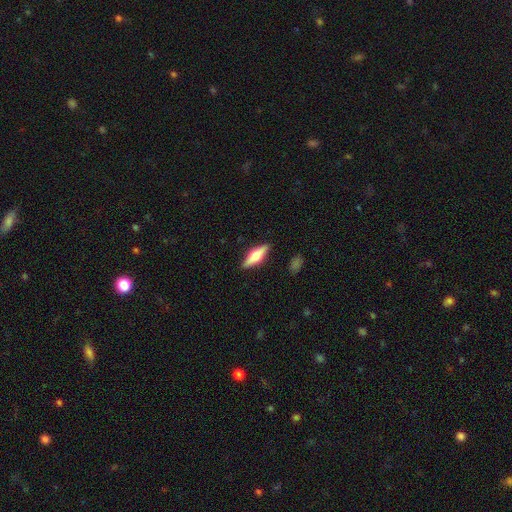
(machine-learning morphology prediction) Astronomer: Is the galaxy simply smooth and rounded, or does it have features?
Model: featured or disk — 56% (runner-up: smooth, 38%).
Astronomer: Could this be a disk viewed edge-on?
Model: yes — 95%.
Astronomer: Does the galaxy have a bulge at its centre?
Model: rounded — 93%.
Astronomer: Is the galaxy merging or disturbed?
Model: none — 88%.